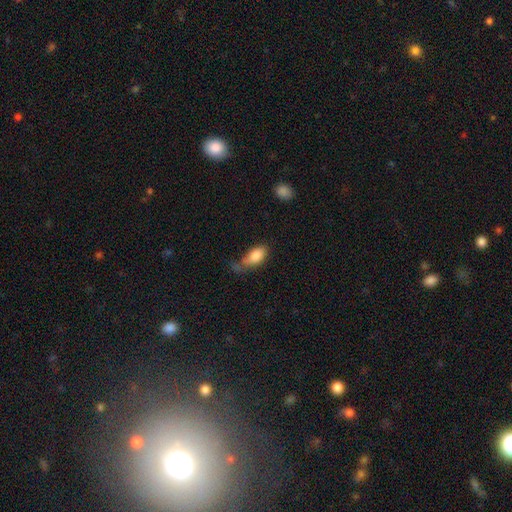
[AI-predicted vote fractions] Smooth or featured? smooth (83%)
How rounded? in between (90%)
Merging? none (35%)